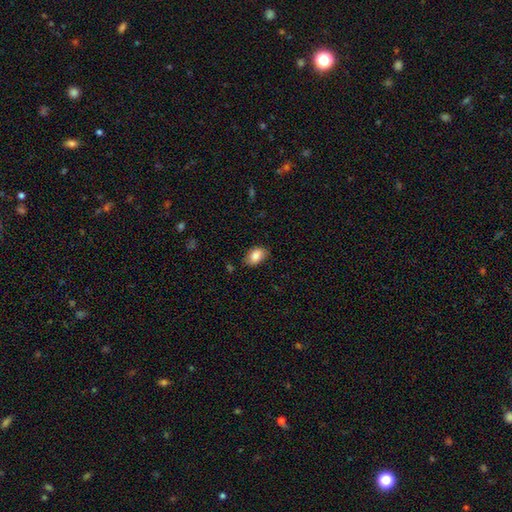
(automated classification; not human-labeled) Overall: smooth (85%). How rounded: in between (87%). Merging: none (80%).